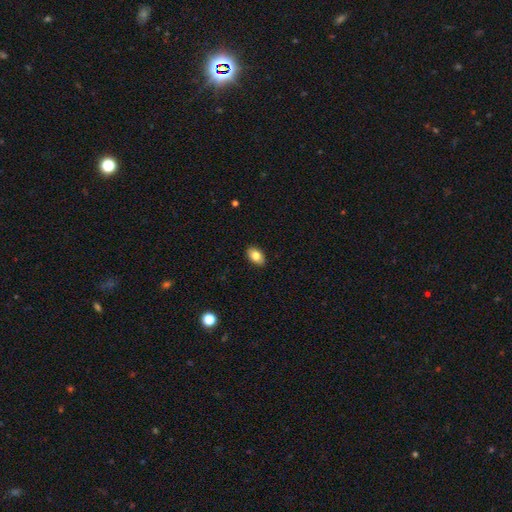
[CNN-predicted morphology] Smooth or featured: smooth — 81% (featured or disk — 11%)
How rounded: in between — 89% (round — 9%)
Merging: none — 90% (minor disturbance — 8%)